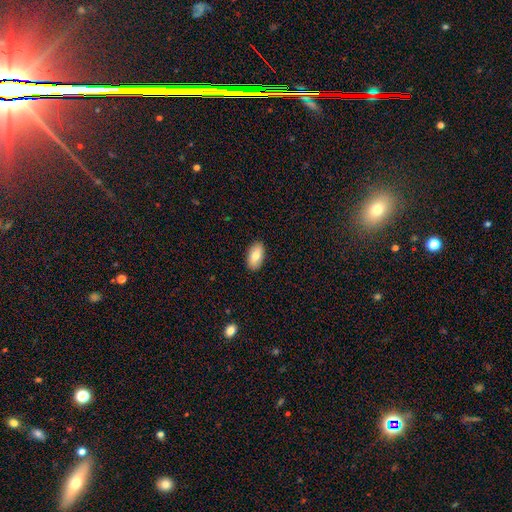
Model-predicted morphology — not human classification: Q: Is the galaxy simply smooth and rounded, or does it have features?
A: smooth — 77%.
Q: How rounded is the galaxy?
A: in between — 94%.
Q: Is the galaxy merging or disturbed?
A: none — 89%.